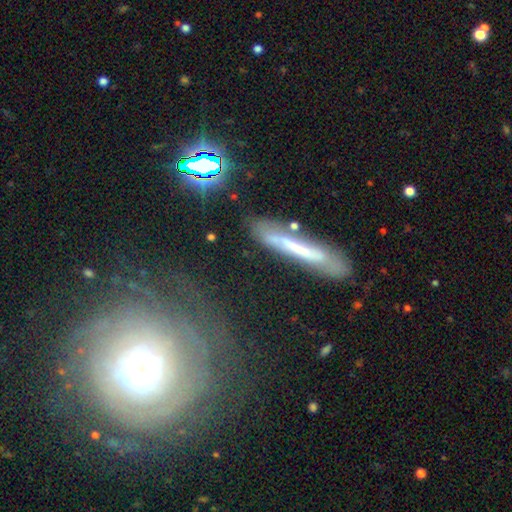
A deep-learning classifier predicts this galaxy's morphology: smooth_or_featured: featured or disk (p=0.50) [alt: smooth p=0.38]
disk_edge_on: yes (p=0.60) [alt: no p=0.40]
merging: none (p=0.78) [alt: minor disturbance p=0.14]